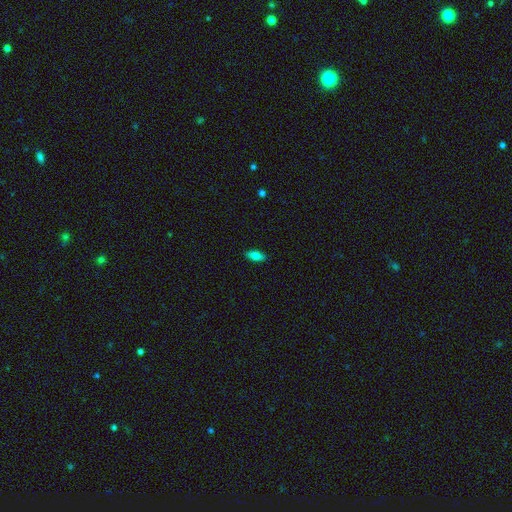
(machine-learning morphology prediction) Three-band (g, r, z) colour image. It shows a smooth galaxy with no disk features (78%) that is in between round and cigar-shaped (86%). Merging: none (89%).